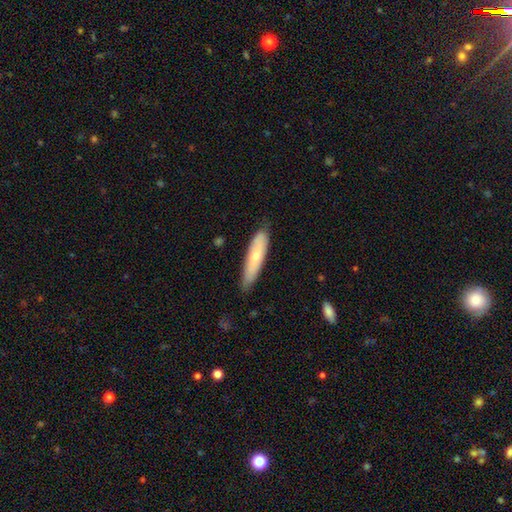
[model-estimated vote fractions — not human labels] A smooth galaxy with no disk features (60%) that is cigar-shaped (71%). Merging: none (77%).